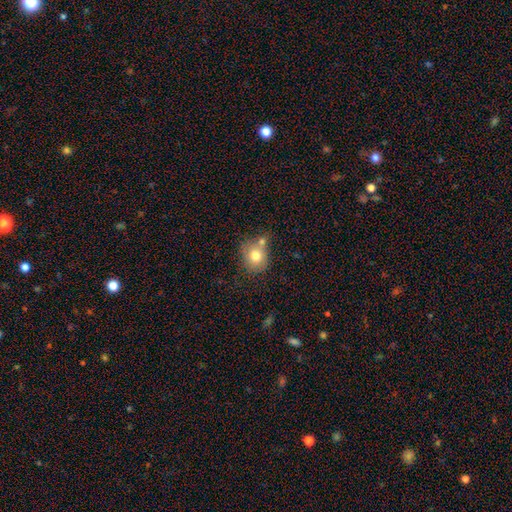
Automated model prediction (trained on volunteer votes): This is likely a smooth galaxy (75%). How rounded: likely round (74%). Merging: possibly none (53%).